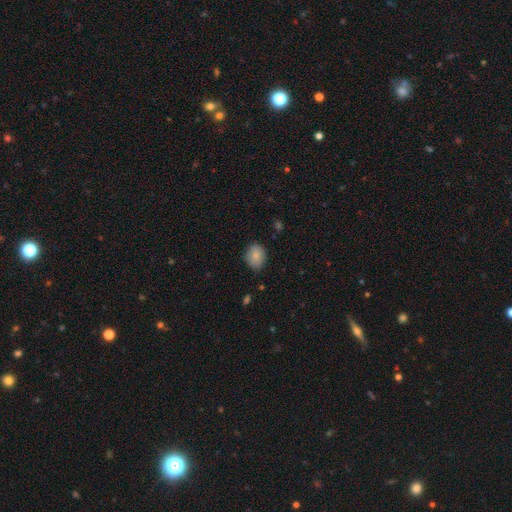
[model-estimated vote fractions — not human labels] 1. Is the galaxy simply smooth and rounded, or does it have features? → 85% smooth, 8% star or artifact, 7% featured or disk.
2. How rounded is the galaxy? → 53% in between, 46% round, 1% cigar-shaped.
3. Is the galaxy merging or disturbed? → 79% none, 16% minor disturbance, 3% major disturbance, 1% merger.